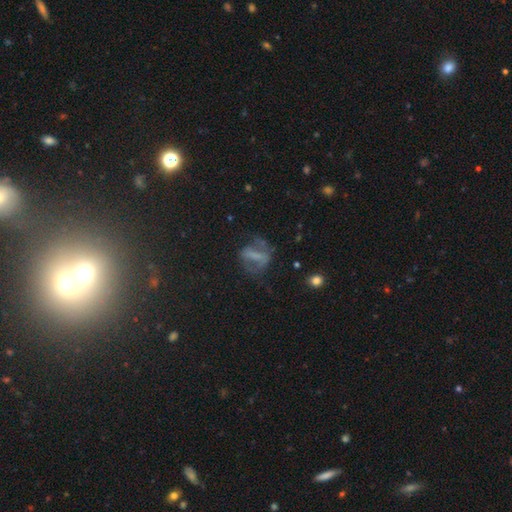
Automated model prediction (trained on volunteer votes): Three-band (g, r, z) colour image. It shows a featured or disk galaxy (45%). Merging: none (48%).